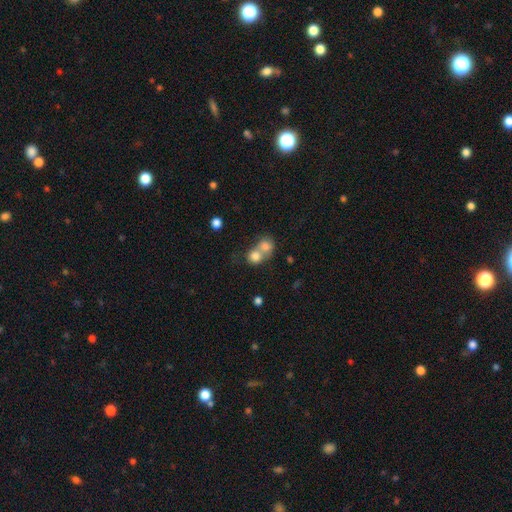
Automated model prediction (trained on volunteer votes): Morphology: type=smooth (78%); roundness=round (79%); merging=merger (65%).